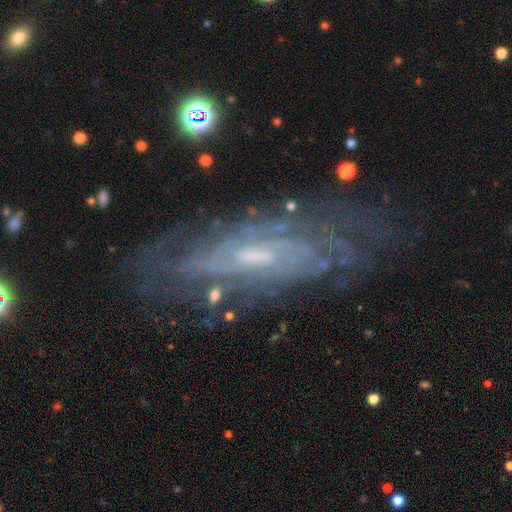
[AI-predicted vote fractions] Morphology: type=featured or disk (82%); edge-on=no (81%); bar=no (45%); spiral arms=yes (89%); winding=tight (66%); arm count=can't tell (62%); bulge=small (61%); merging=none (74%).